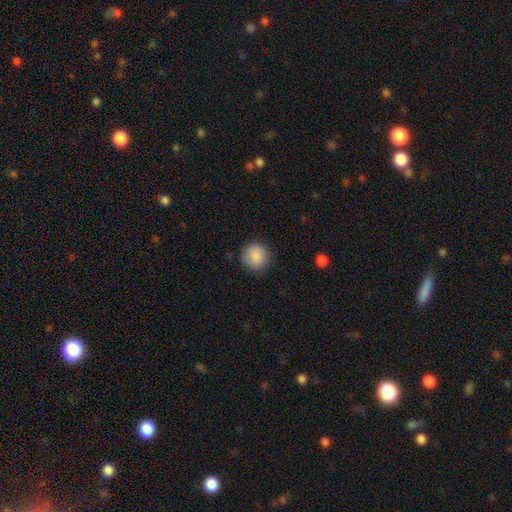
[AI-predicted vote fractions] Morphology: type=smooth (89%); roundness=round (92%); merging=none (87%).